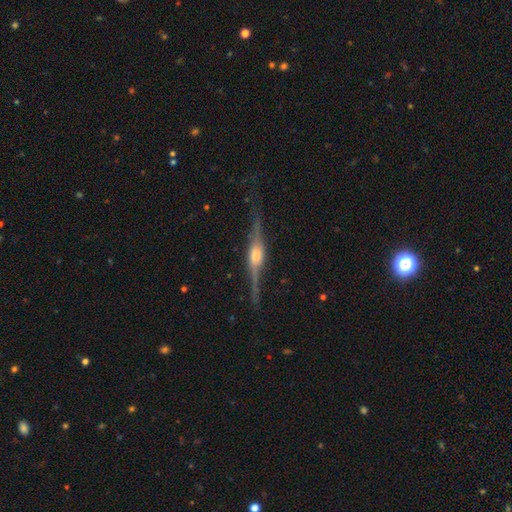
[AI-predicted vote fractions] Smooth or featured: featured or disk — 83% (smooth — 11%)
Edge-on disk: yes — 97% (no — 3%)
Edge-on bulge: rounded — 74% (boxy — 23%)
Merging: none — 81% (minor disturbance — 13%)